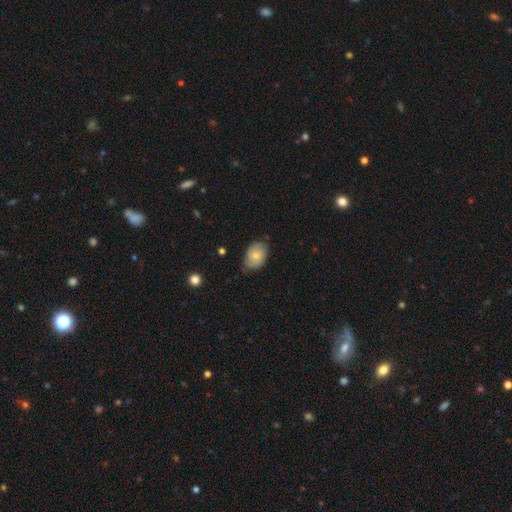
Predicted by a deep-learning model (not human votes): Smooth or featured?
  - smooth: 65% *
  - featured or disk: 28%
  - star or artifact: 7%
How rounded?
  - in between: 80% *
  - round: 19%
  - cigar-shaped: 1%
Merging?
  - none: 64% *
  - minor disturbance: 29%
  - major disturbance: 5%
  - merger: 2%